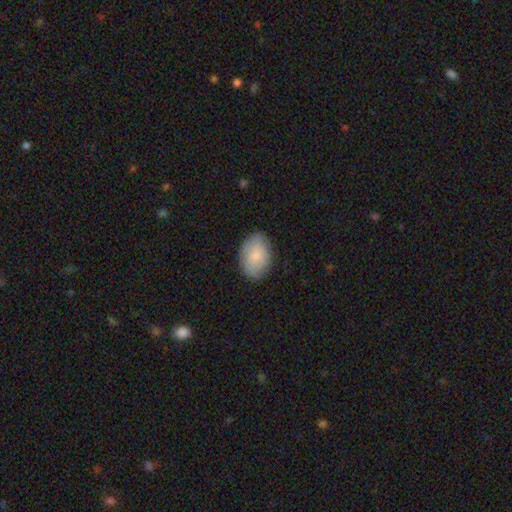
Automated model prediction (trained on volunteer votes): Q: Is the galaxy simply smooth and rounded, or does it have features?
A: smooth — 77%.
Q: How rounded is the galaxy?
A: in between — 85%.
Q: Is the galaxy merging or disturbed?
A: none — 82%.